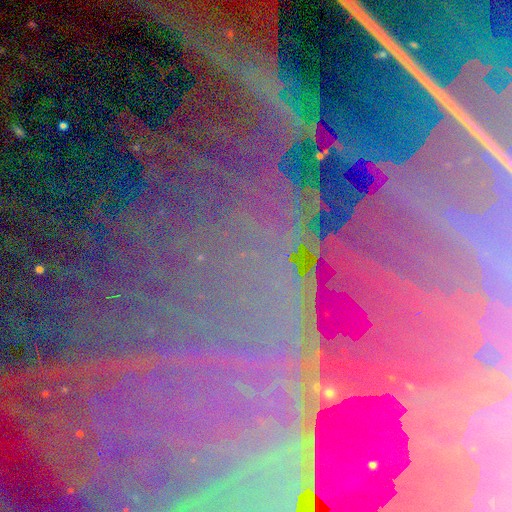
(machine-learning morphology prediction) type=star or artifact (87%).